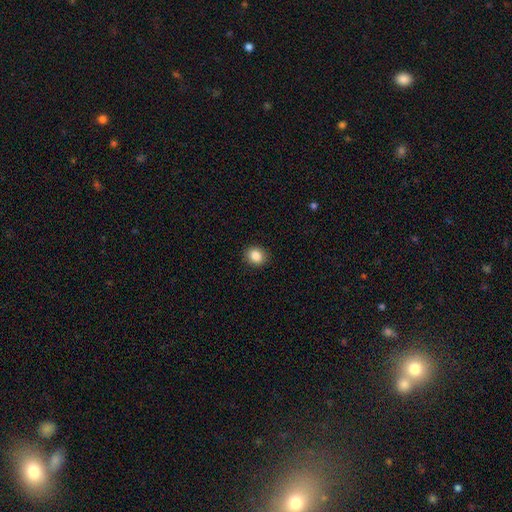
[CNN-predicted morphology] The model was most divided on "how rounded": round: 69%, in between: 30%, cigar-shaped: 1%. More confident: merging — none (90%); smooth or featured — smooth (86%).